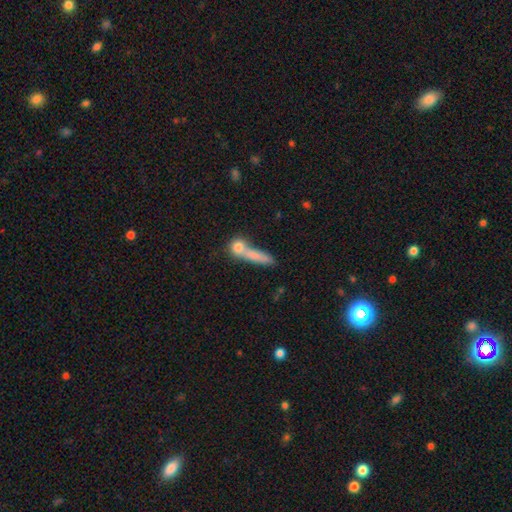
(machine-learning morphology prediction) The model was most divided on "merging": none: 43%, merger: 37%, minor disturbance: 12%, major disturbance: 8%. More confident: smooth or featured — smooth (74%); how rounded — cigar-shaped (64%).